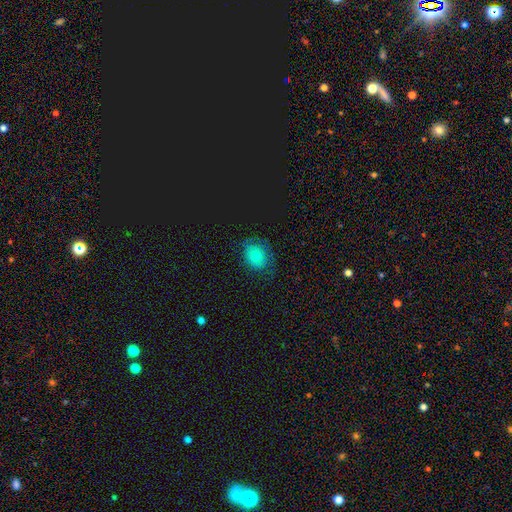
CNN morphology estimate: Overall: smooth (62%). How rounded: round (57%; in between 42%). Merging: none (69%).